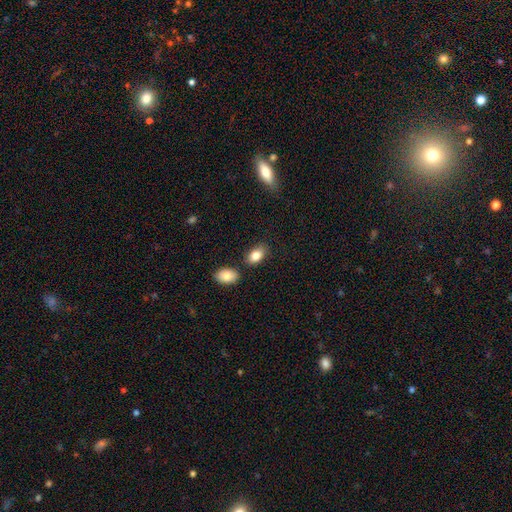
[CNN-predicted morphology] smooth-or-featured: smooth: 85% | featured or disk: 8% | star or artifact: 7%
  how-rounded: in between: 91% | round: 8% | cigar-shaped: 2%
  merging: none: 76% | minor disturbance: 12% | merger: 9% | major disturbance: 3%